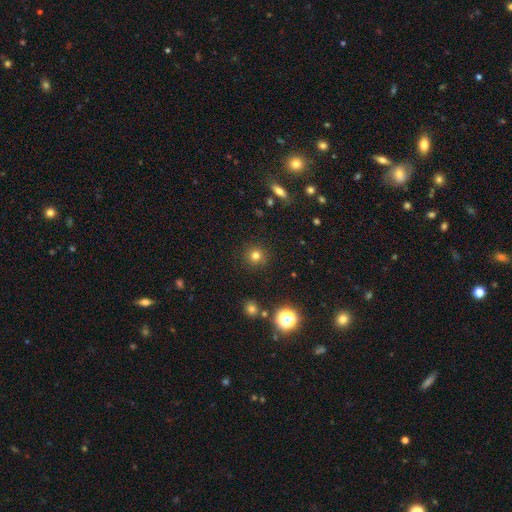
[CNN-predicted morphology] smooth_or_featured: smooth (p=0.76) [alt: star or artifact p=0.17]
how_rounded: round (p=0.93) [alt: in between p=0.06]
merging: none (p=0.89) [alt: minor disturbance p=0.07]